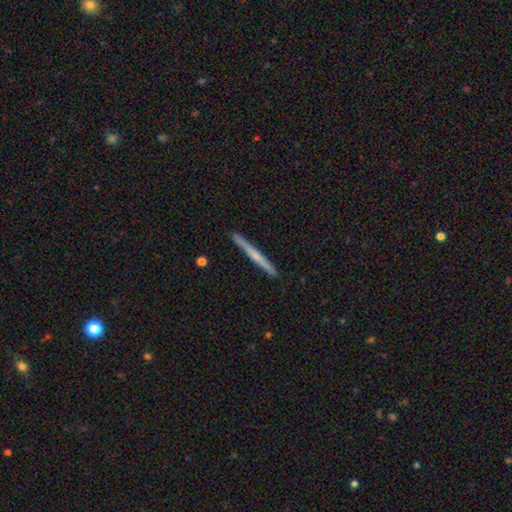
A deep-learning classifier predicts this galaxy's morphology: This appears to be a featured or disk galaxy (50%). Merging: none (91%).